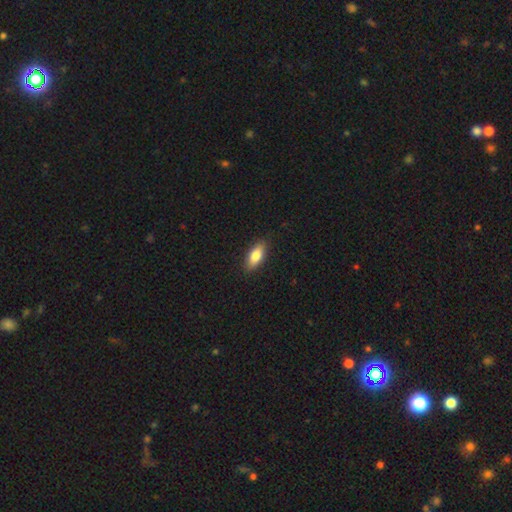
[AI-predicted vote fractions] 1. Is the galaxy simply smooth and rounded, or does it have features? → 80% smooth, 14% featured or disk, 6% star or artifact.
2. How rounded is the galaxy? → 80% in between, 17% cigar-shaped, 3% round.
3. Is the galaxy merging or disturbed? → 88% none, 9% minor disturbance, 2% major disturbance, 1% merger.